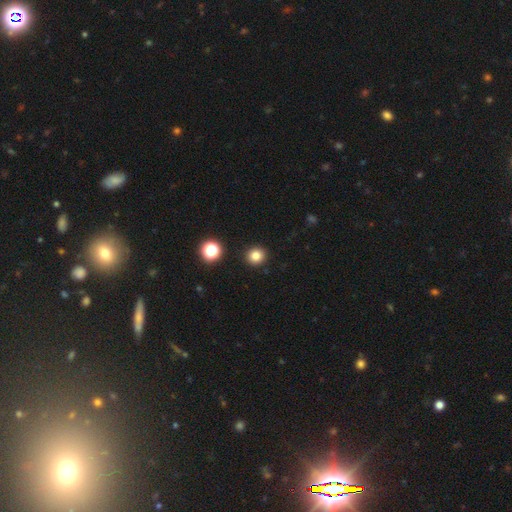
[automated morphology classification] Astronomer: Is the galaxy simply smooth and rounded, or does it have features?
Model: smooth — 82%.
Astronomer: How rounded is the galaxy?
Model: round — 90%.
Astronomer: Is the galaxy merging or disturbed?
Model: none — 91%.